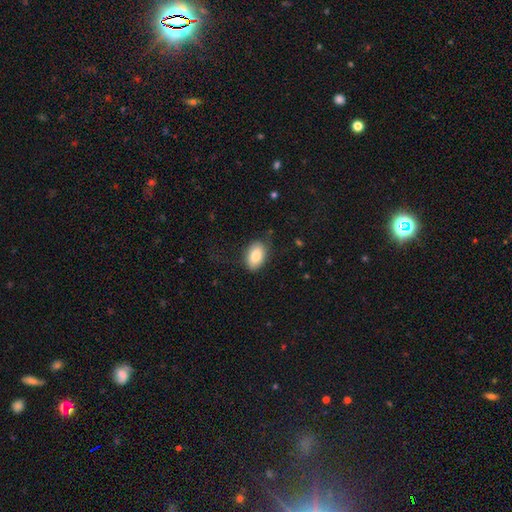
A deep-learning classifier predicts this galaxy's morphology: A smooth galaxy with no disk features (81%) that is in between round and cigar-shaped (90%). Merging: none (72%).